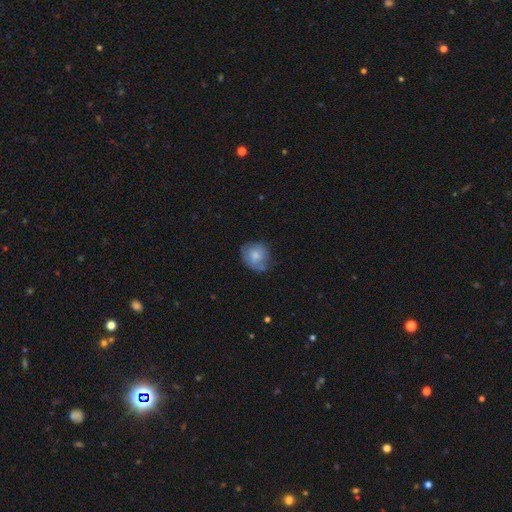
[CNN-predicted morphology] A smooth galaxy with no disk features (70%) that is round (74%). Merging: none (58%).